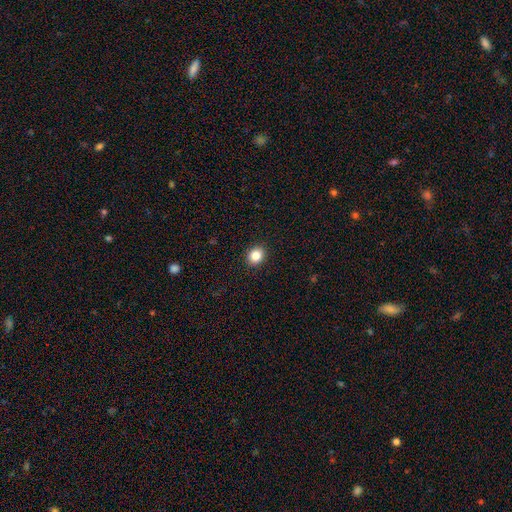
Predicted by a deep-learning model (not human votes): A smooth galaxy with no disk features (85%) that is round (70%).

Vote fractions:
- Smooth or featured? smooth: 85% / star or artifact: 10% / featured or disk: 5%
- How rounded? round: 70% / in between: 29% / cigar-shaped: 1%
- Merging? none: 92% / minor disturbance: 6% / major disturbance: 2% / merger: 1%